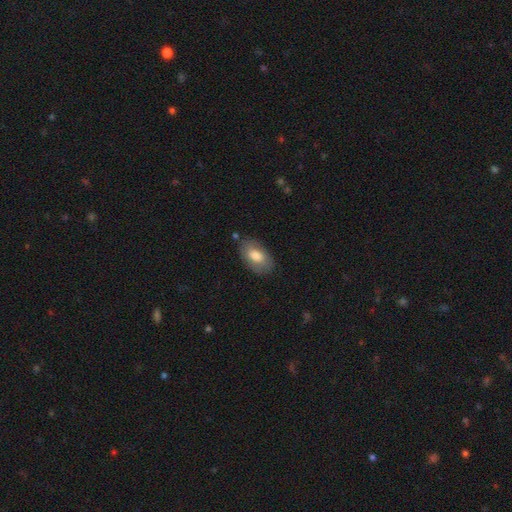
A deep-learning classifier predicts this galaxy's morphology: Smooth or featured?
  - smooth: 75% *
  - featured or disk: 19%
  - star or artifact: 6%
How rounded?
  - in between: 93% *
  - round: 5%
  - cigar-shaped: 2%
Merging?
  - none: 79% *
  - minor disturbance: 15%
  - major disturbance: 4%
  - merger: 2%